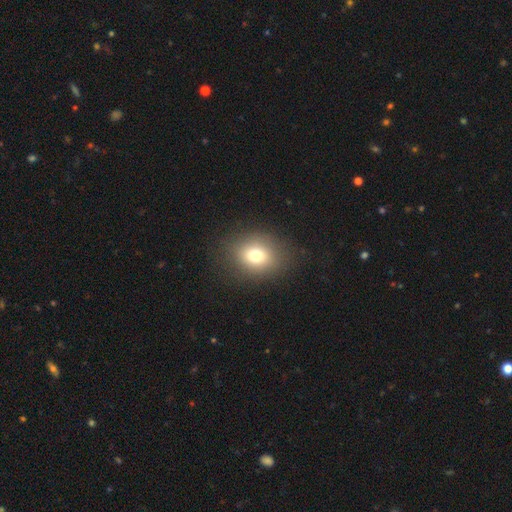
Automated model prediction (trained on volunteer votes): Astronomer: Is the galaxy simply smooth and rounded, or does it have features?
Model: smooth — 75%.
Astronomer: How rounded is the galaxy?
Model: round — 55% (runner-up: in between, 44%).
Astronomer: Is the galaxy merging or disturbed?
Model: none — 84%.